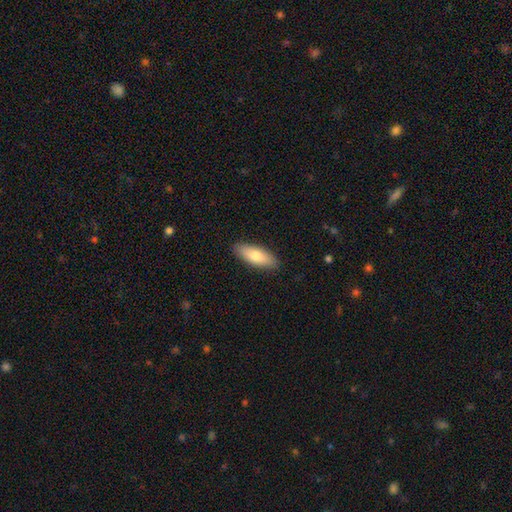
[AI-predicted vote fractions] A smooth galaxy with no disk features (74%) that is in between round and cigar-shaped (69%).

Vote fractions:
- Smooth or featured? smooth: 74% / featured or disk: 20% / star or artifact: 6%
- How rounded? in between: 69% / cigar-shaped: 29% / round: 2%
- Merging? none: 89% / minor disturbance: 8% / major disturbance: 2% / merger: 1%